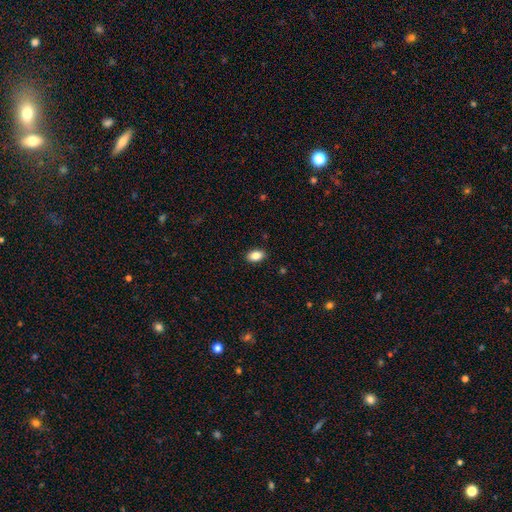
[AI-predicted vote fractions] This appears to be a smooth galaxy with no disk features (86%) that is in between round and cigar-shaped (87%). Merging: none (89%).